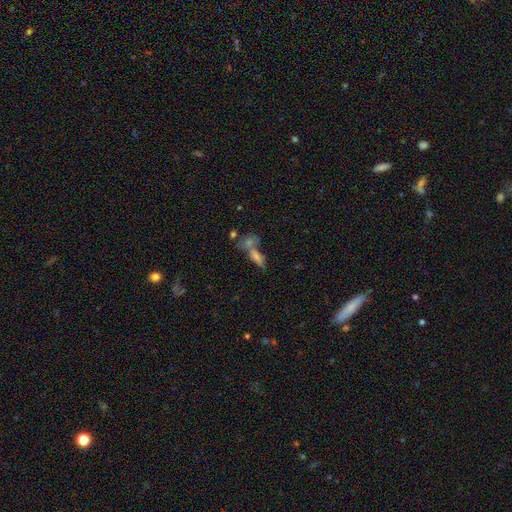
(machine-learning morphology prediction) A smooth galaxy with no disk features (52%) that is cigar-shaped (47%).

Vote fractions:
- Smooth or featured? smooth: 52% / featured or disk: 28% / star or artifact: 20%
- How rounded? cigar-shaped: 47% / in between: 45% / round: 8%
- Merging? none: 42% / merger: 41% / minor disturbance: 10% / major disturbance: 7%